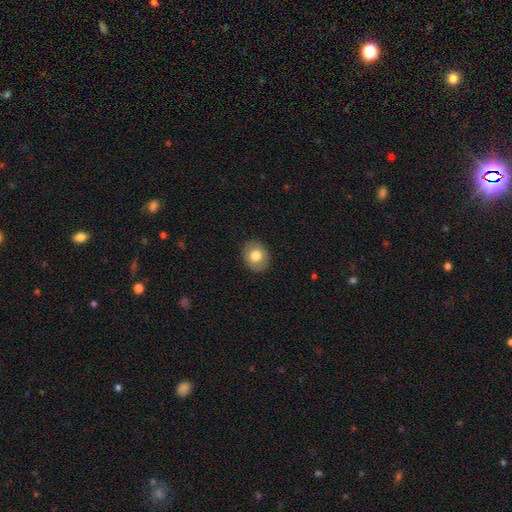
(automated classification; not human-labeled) smooth 78%, featured or disk 14%, star or artifact 8%. Down the decision tree: how rounded — round (57%); merging — none (90%).